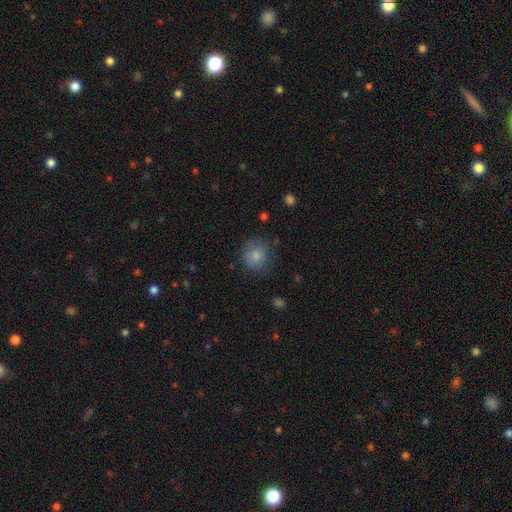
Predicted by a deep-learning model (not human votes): Overall: smooth (81%). How rounded: round (87%). Merging: none (73%).